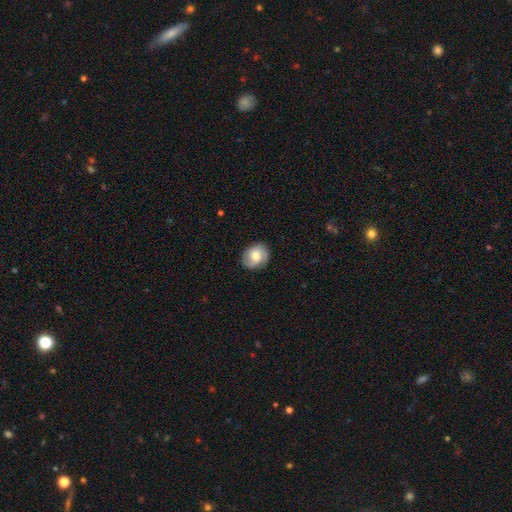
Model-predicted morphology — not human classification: The model was most divided on "how rounded": round: 57%, in between: 42%, cigar-shaped: 1%. More confident: merging — none (79%); smooth or featured — smooth (61%).